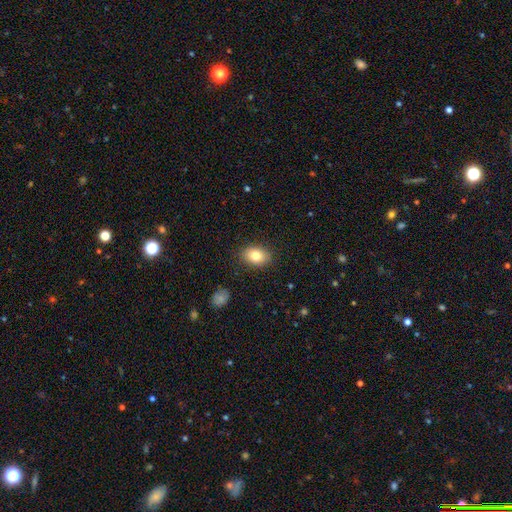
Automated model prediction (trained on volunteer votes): The model was most divided on "how rounded": in between: 76%, round: 22%, cigar-shaped: 1%. More confident: merging — none (86%); smooth or featured — smooth (82%).